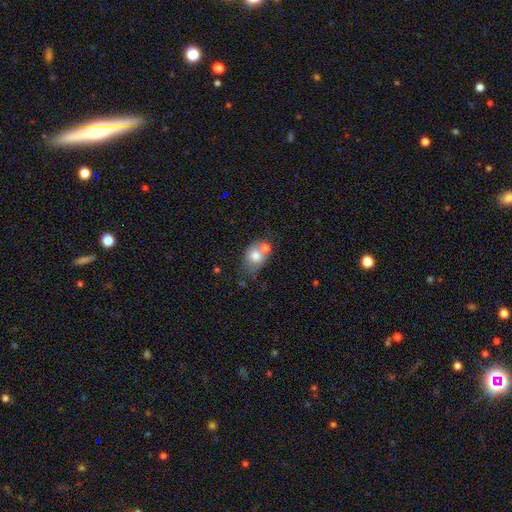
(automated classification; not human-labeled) This is likely a smooth galaxy (72%). How rounded: possibly in between (57%). Merging: marginally none (42%).